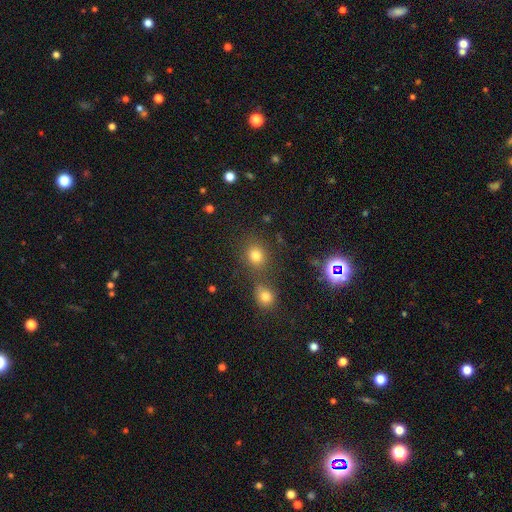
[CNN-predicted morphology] Q: Smooth or featured?
A: smooth (75%); runner-up: star or artifact (19%)
Q: How rounded?
A: round (75%); runner-up: in between (24%)
Q: Merging?
A: none (69%); runner-up: merger (18%)